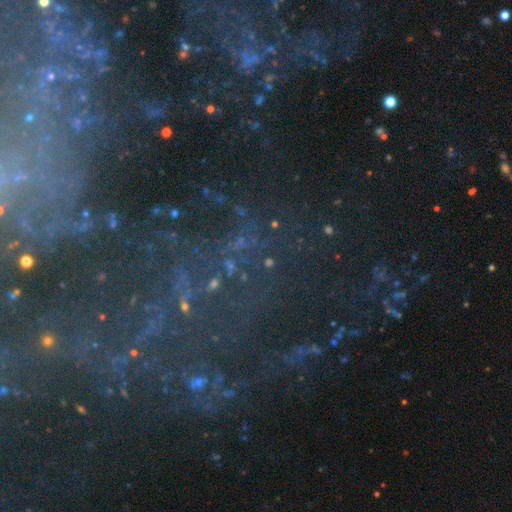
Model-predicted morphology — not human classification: Smooth or featured? Predicted: star or artifact (p=0.60).